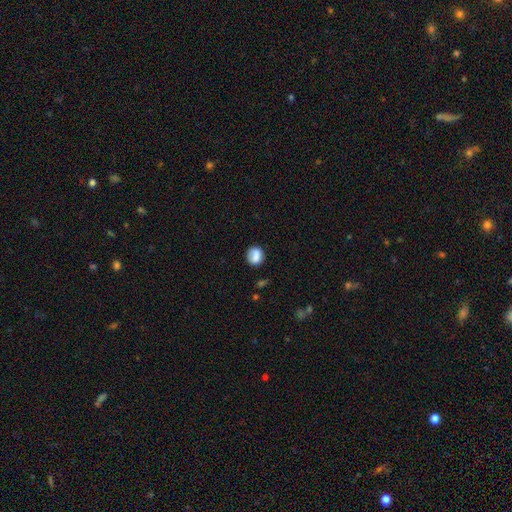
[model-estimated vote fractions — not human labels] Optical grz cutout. It shows a smooth galaxy with no disk features (80%) that is round (68%). Merging: none (72%).